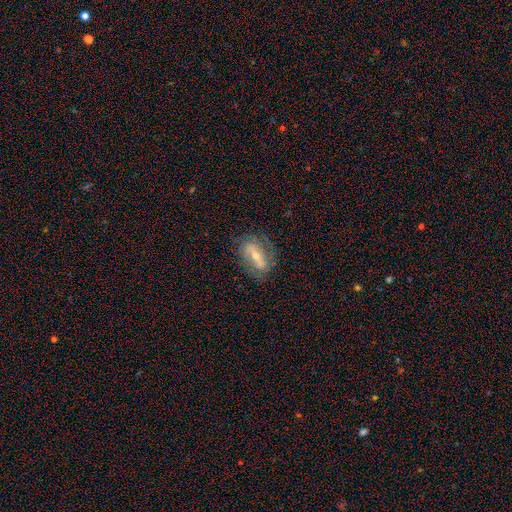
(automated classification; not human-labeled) Q: Smooth or featured?
A: featured or disk (66%); runner-up: smooth (24%)
Q: Edge-on disk?
A: no (86%); runner-up: yes (14%)
Q: Bar?
A: strong (51%); runner-up: weak (28%)
Q: Spiral arms?
A: yes (63%); runner-up: no (37%)
Q: Bulge size?
A: small (47%); tied with: moderate (47%)
Q: Merging?
A: none (74%); runner-up: minor disturbance (17%)